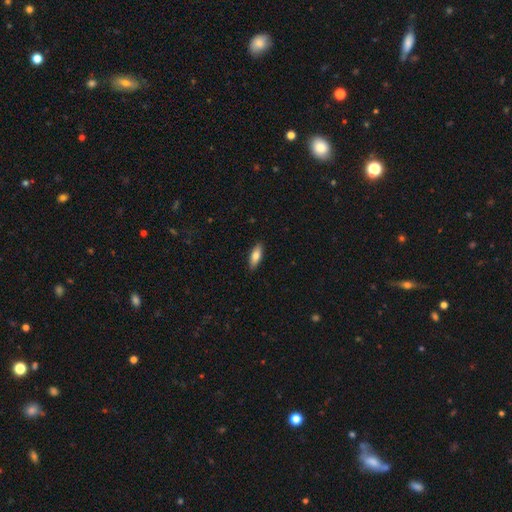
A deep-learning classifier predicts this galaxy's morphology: Smooth or featured: smooth — 79% (featured or disk — 15%)
How rounded: in between — 69% (cigar-shaped — 29%)
Merging: none — 89% (minor disturbance — 9%)